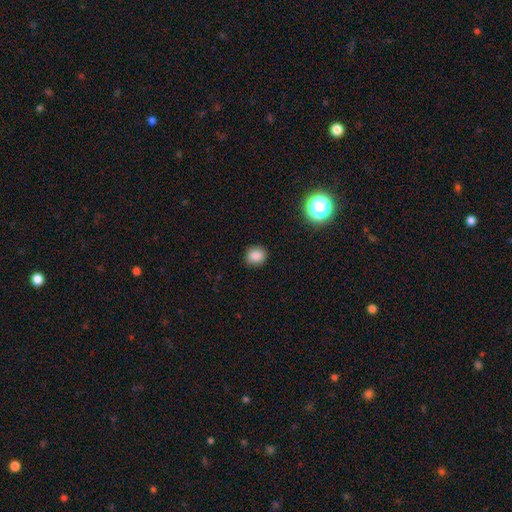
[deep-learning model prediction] This is clearly a smooth galaxy (84%). How rounded: likely round (79%). Merging: clearly none (90%).